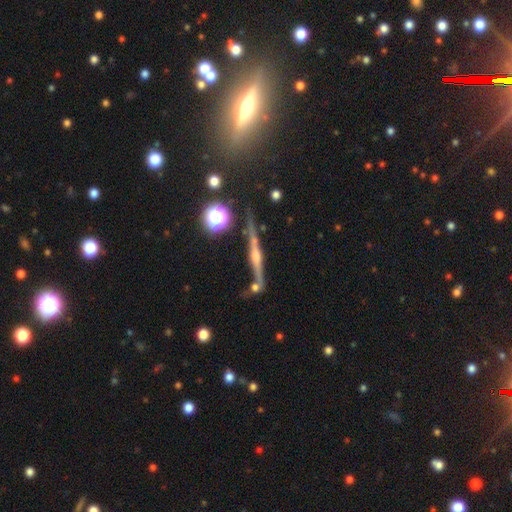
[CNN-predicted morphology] Smooth or featured: featured or disk — 75% (smooth — 13%)
Edge-on disk: yes — 95% (no — 5%)
Edge-on bulge: rounded — 81% (none — 9%)
Merging: none — 75% (minor disturbance — 13%)